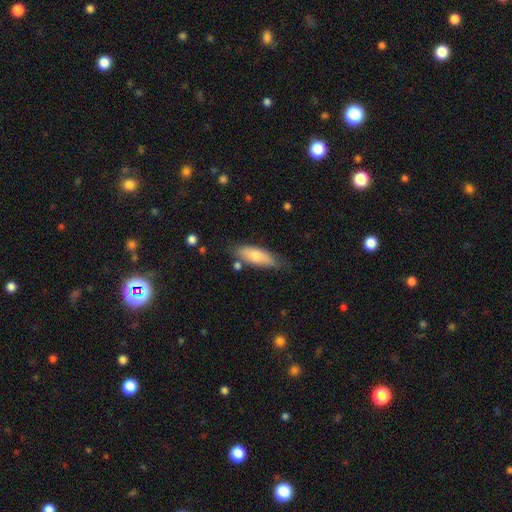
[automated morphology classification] Smooth or featured: smooth — 65% (featured or disk — 27%)
How rounded: in between — 53% (cigar-shaped — 45%)
Merging: none — 77% (minor disturbance — 17%)